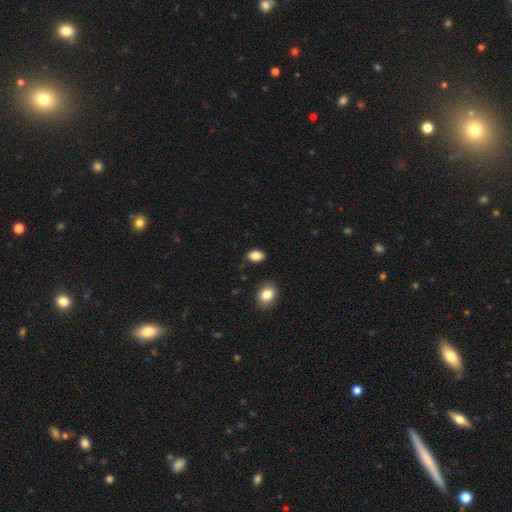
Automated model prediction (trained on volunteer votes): Morphology: type=smooth (85%); roundness=in between (83%); merging=none (80%).